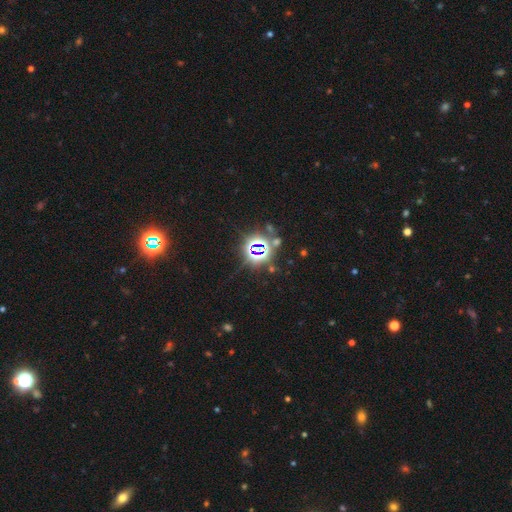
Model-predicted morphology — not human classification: A star or artifact, not a galaxy (80%).